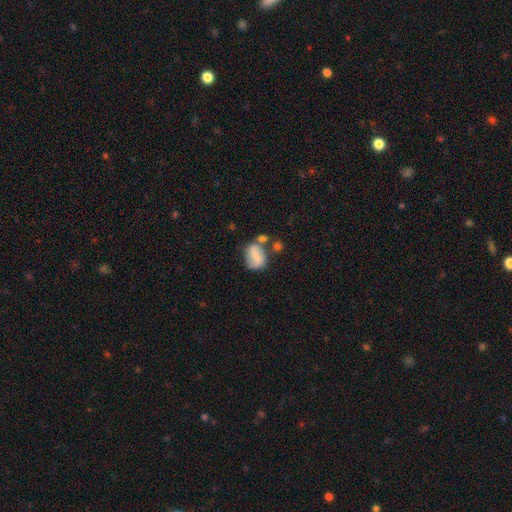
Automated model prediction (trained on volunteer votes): This is possibly a smooth galaxy (51%). How rounded: likely in between (66%). Merging: marginally none (44%).